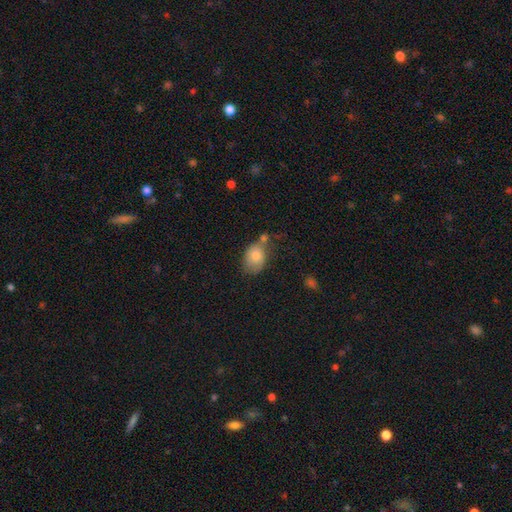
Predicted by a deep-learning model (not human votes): Smooth or featured? Predicted: smooth (p=0.79). How rounded? Predicted: in between (p=0.73). Merging? Predicted: none (p=0.46).